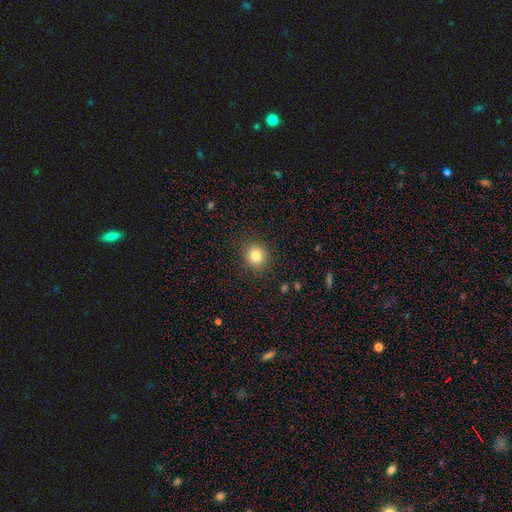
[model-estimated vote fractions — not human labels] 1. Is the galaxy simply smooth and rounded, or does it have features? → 82% smooth, 11% star or artifact, 7% featured or disk.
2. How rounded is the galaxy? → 89% round, 10% in between, 1% cigar-shaped.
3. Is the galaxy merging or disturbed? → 90% none, 7% minor disturbance, 2% major disturbance, 1% merger.